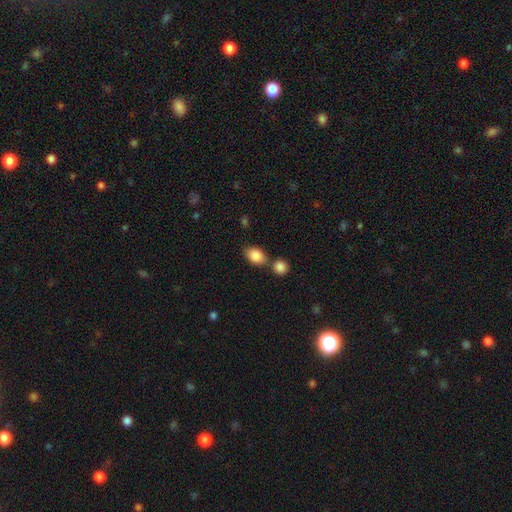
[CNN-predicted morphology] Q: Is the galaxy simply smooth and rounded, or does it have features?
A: smooth — 87%.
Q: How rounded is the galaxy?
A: in between — 82%.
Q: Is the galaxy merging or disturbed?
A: none — 62%.